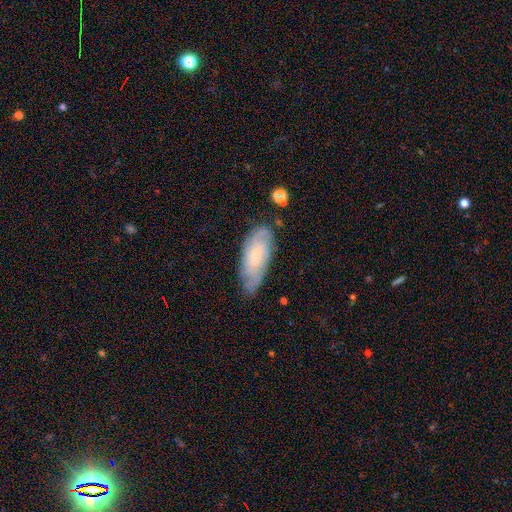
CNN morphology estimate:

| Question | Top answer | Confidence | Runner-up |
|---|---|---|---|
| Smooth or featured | featured or disk | 56% | smooth (37%) |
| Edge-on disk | no | 88% | yes (12%) |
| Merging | none | 70% | minor disturbance (23%) |